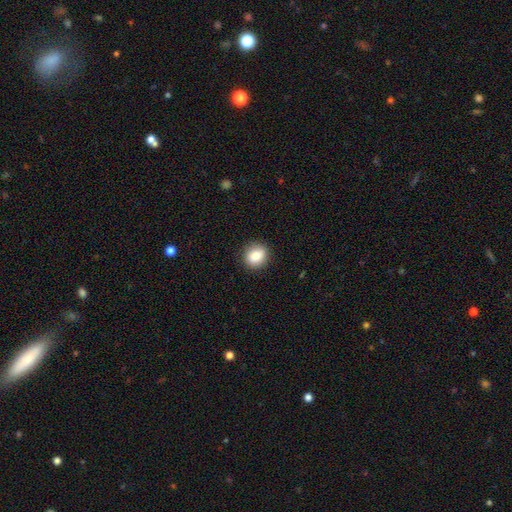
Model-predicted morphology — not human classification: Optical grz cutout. It shows a smooth galaxy with no disk features (84%) that is round (75%). Merging: none (89%).